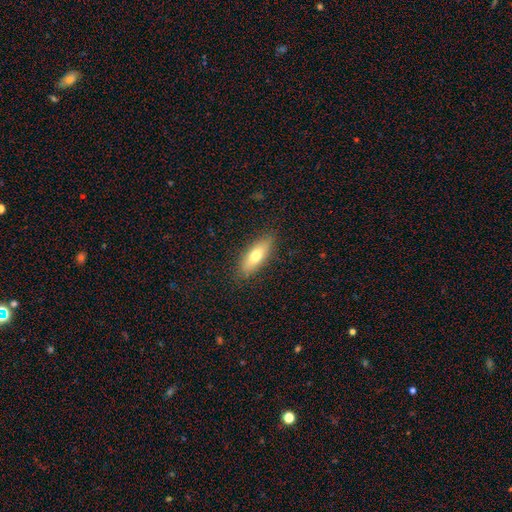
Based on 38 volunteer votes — Smooth or featured?
  - smooth: 66% *
  - featured or disk: 29%
  - star or artifact: 5%
How rounded?
  - in between: 80% *
  - cigar-shaped: 20%
  - round: 0%
Merging?
  - none: 83% *
  - minor disturbance: 17%
  - major disturbance: 0%
  - merger: 0%